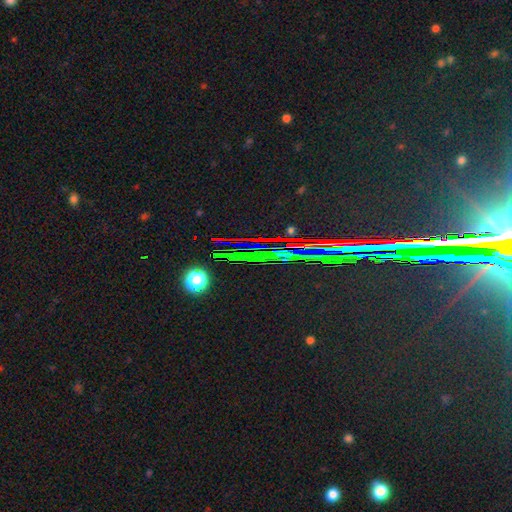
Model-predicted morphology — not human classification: star or artifact 82%, featured or disk 10%, smooth 8%.